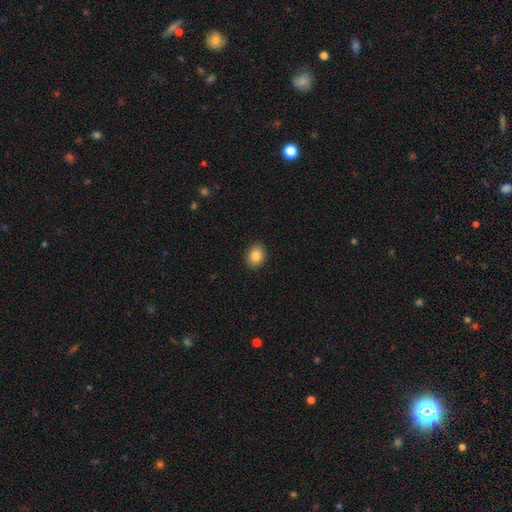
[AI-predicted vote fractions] The model was most divided on "how rounded": in between: 53%, round: 46%, cigar-shaped: 1%. More confident: merging — none (90%); smooth or featured — smooth (85%).